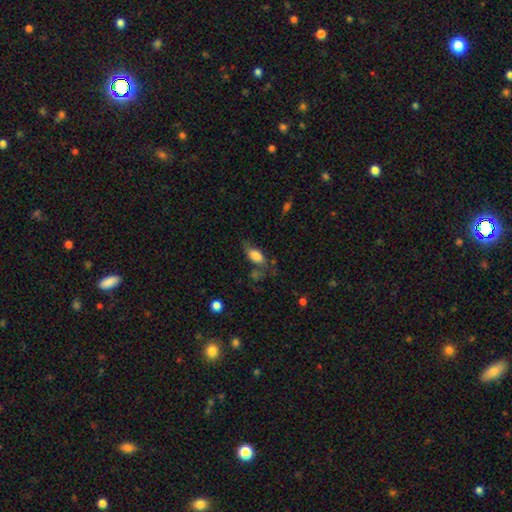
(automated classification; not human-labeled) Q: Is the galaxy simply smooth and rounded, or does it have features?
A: smooth — 77%.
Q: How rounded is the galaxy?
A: in between — 87%.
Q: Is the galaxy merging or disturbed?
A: none — 50%.